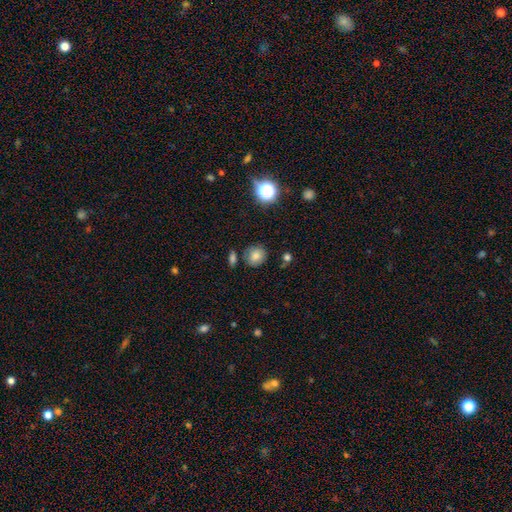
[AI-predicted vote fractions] smooth_or_featured: smooth (p=0.75) [alt: star or artifact p=0.13]
how_rounded: round (p=0.79) [alt: in between p=0.20]
merging: none (p=0.74) [alt: minor disturbance p=0.15]